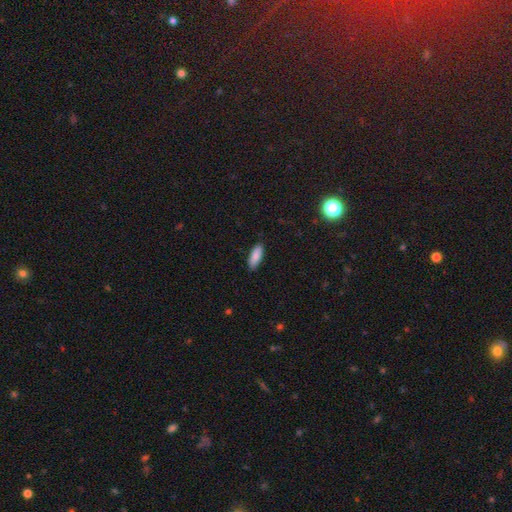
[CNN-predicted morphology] Smooth or featured: smooth — 87% (star or artifact — 7%)
How rounded: in between — 69% (cigar-shaped — 29%)
Merging: none — 87% (minor disturbance — 10%)